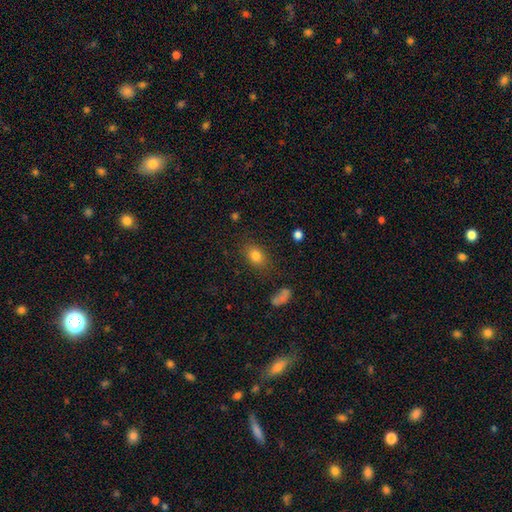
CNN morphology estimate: smooth_or_featured: smooth (p=0.81) [alt: star or artifact p=0.11]
how_rounded: in between (p=0.74) [alt: round p=0.24]
merging: none (p=0.82) [alt: minor disturbance p=0.12]